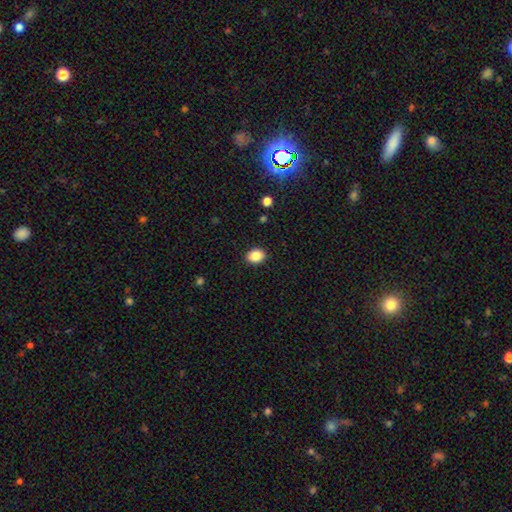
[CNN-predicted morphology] The model was most divided on "how rounded": in between: 60%, round: 39%, cigar-shaped: 1%. More confident: merging — none (90%); smooth or featured — smooth (87%).